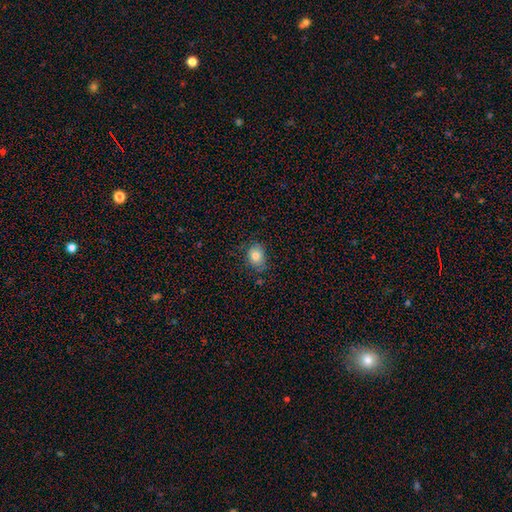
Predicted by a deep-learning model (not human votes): Smooth or featured? smooth (81%)
How rounded? in between (51%)
Merging? none (76%)